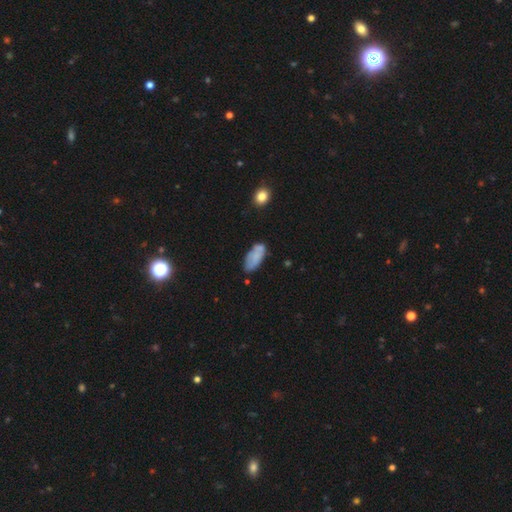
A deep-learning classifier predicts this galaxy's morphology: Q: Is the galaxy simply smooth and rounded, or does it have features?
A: smooth — 73%.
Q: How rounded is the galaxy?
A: in between — 87%.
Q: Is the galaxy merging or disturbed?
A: none — 58%.